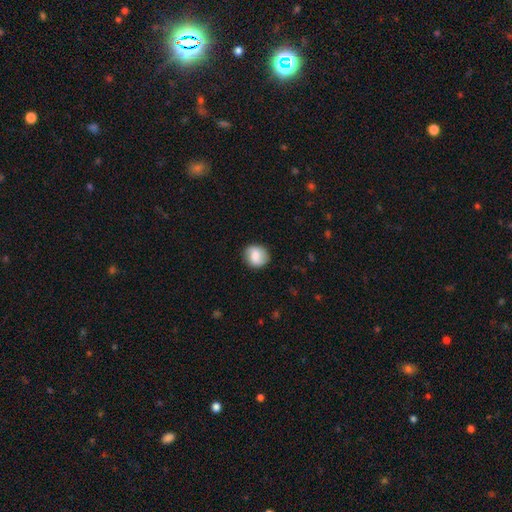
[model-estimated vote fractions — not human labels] Smooth or featured?
  - smooth: 68% *
  - featured or disk: 25%
  - star or artifact: 8%
How rounded?
  - round: 82% *
  - in between: 17%
  - cigar-shaped: 1%
Merging?
  - none: 86% *
  - minor disturbance: 11%
  - major disturbance: 3%
  - merger: 1%